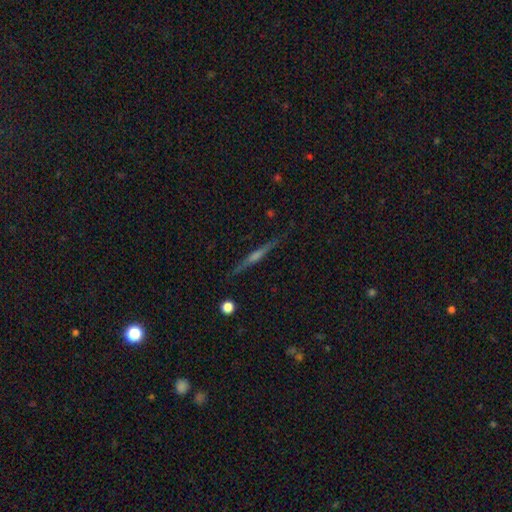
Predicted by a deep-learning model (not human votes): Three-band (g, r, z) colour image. It shows a featured or disk galaxy (72%) viewed edge-on (98%) with a rounded central bulge (57%). Merging: none (89%).